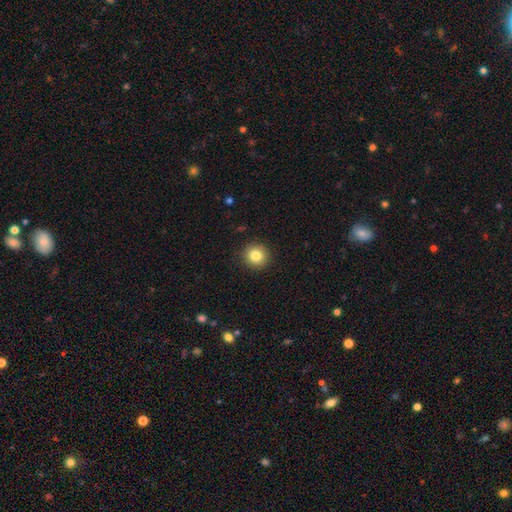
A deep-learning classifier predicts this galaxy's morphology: A smooth galaxy with no disk features (83%) that is round (92%). Merging: none (91%).